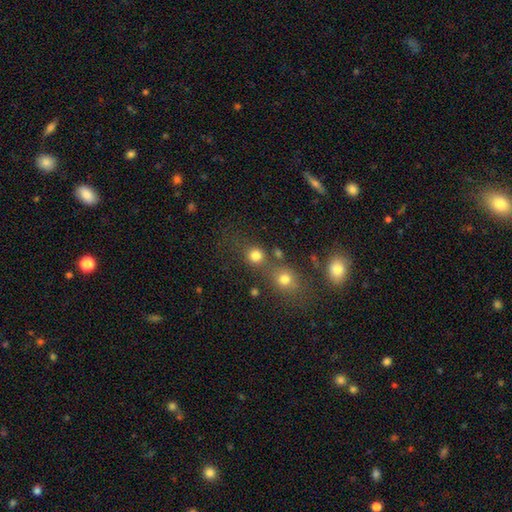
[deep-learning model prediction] Smooth or featured?
  - smooth: 78% *
  - star or artifact: 15%
  - featured or disk: 7%
How rounded?
  - round: 87% *
  - in between: 12%
  - cigar-shaped: 1%
Merging?
  - none: 60% *
  - merger: 25%
  - minor disturbance: 9%
  - major disturbance: 6%